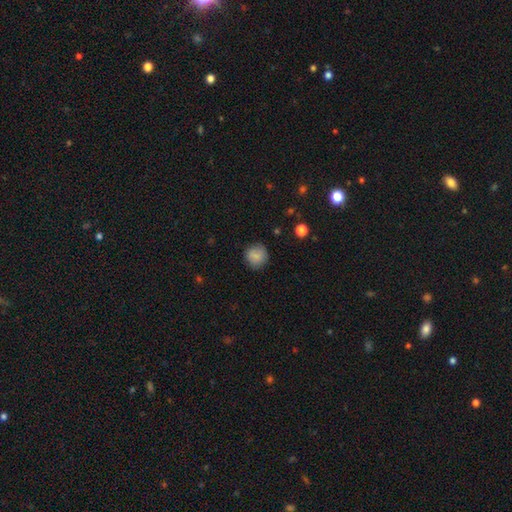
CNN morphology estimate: This appears to be a smooth galaxy with no disk features (85%) that is round (91%). Merging: none (83%).